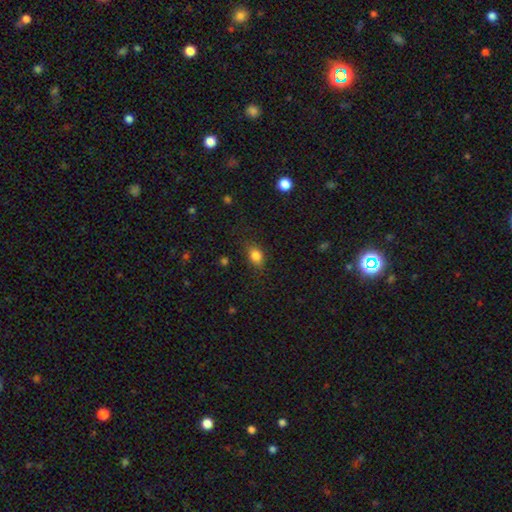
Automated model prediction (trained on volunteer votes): Overall: smooth (83%). How rounded: in between (66%; round 32%). Merging: none (76%).